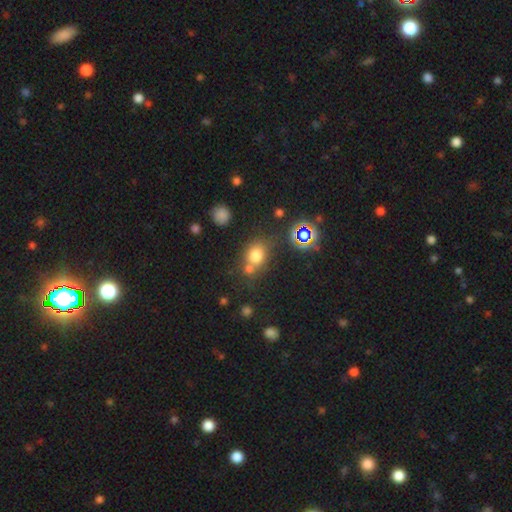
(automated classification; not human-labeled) A smooth galaxy with no disk features (71%) that is round (61%).

Vote fractions:
- Smooth or featured? smooth: 71% / star or artifact: 20% / featured or disk: 10%
- How rounded? round: 61% / in between: 38% / cigar-shaped: 2%
- Merging? none: 54% / merger: 28% / minor disturbance: 13% / major disturbance: 5%